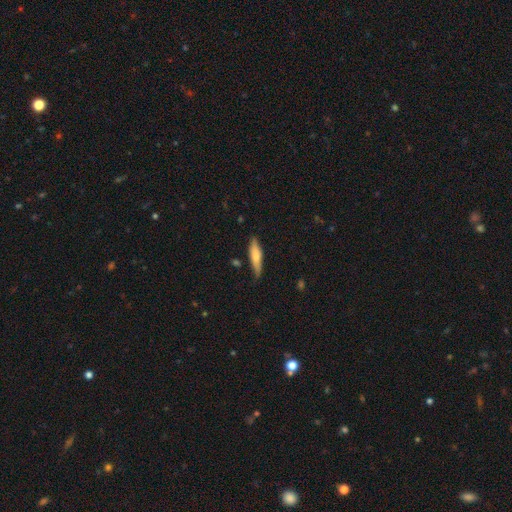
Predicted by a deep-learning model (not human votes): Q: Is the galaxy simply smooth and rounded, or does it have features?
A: smooth — 62%.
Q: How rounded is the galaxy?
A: cigar-shaped — 76%.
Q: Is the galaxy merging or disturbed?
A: none — 80%.